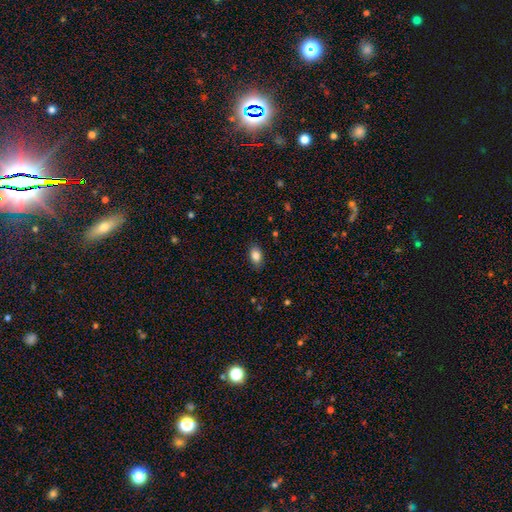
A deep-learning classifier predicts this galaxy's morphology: type=smooth (85%); roundness=in between (88%); merging=none (86%).